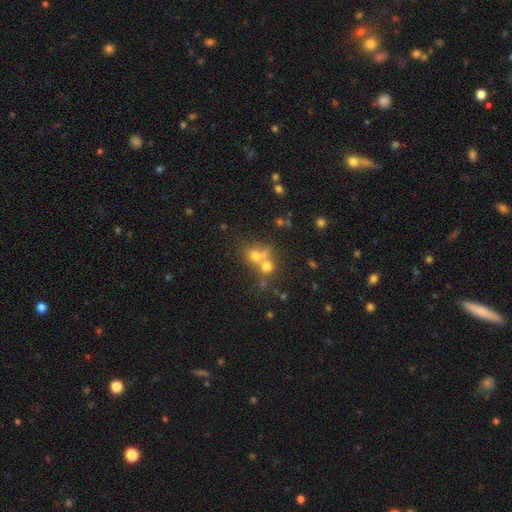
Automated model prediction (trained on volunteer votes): smooth 64%, featured or disk 19%, star or artifact 18%. Down the decision tree: how rounded — round (71%); merging — merger (55%).